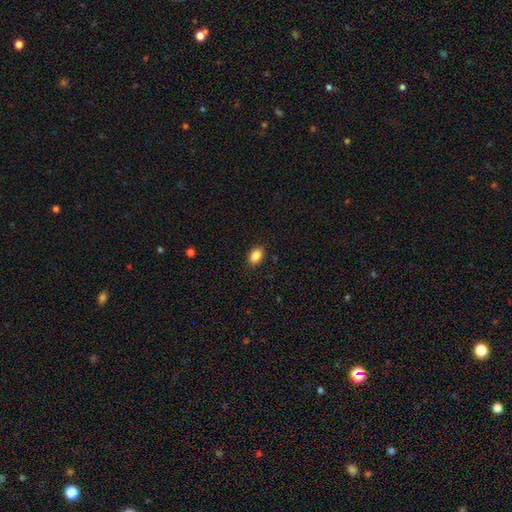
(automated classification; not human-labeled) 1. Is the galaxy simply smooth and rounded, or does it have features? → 87% smooth, 9% star or artifact, 4% featured or disk.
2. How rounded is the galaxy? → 85% in between, 14% round, 2% cigar-shaped.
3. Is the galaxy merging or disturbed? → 87% none, 10% minor disturbance, 2% major disturbance, 1% merger.